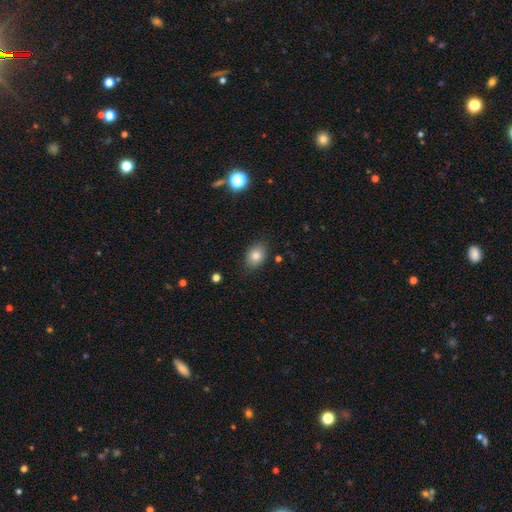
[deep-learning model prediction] This appears to be a smooth galaxy with no disk features (82%) that is in between round and cigar-shaped (74%). Merging: none (81%).